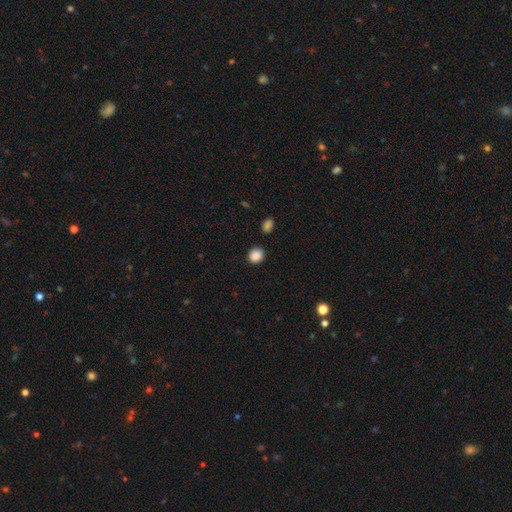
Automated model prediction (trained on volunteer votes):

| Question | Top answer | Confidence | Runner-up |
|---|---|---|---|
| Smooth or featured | smooth | 88% | star or artifact (9%) |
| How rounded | round | 68% | in between (31%) |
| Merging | none | 86% | minor disturbance (9%) |